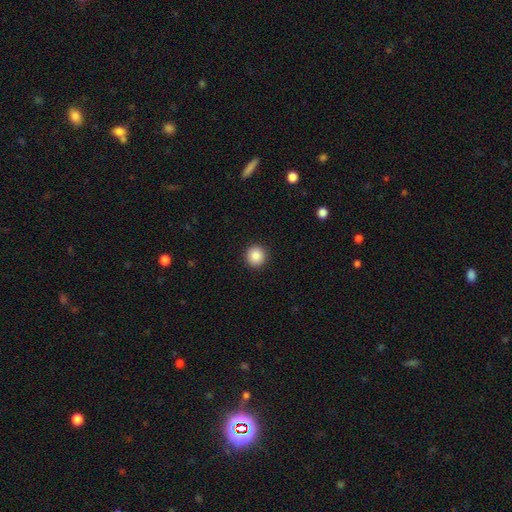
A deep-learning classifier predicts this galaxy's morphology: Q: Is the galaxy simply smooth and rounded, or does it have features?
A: smooth — 87%.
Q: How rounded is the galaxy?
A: round — 95%.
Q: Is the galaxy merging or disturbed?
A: none — 93%.